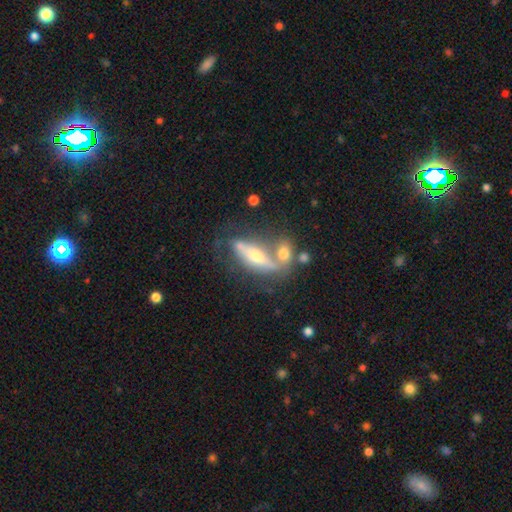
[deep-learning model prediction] The model was most divided on "merging": none: 41%, merger: 35%, minor disturbance: 15%, major disturbance: 9%. More confident: edge-on disk — yes (64%); smooth or featured — featured or disk (61%).